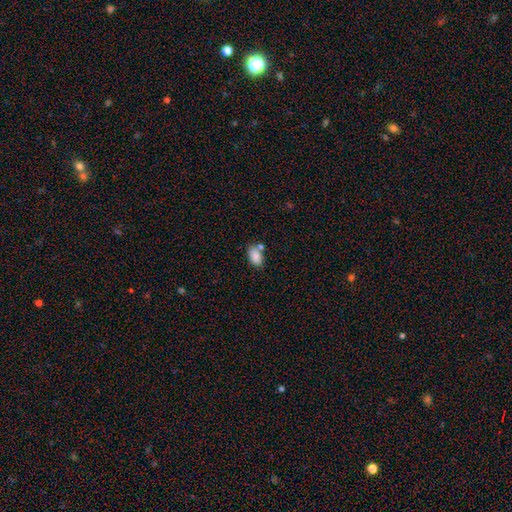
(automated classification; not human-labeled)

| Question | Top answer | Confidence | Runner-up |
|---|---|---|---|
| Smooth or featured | smooth | 83% | featured or disk (9%) |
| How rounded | in between | 90% | round (8%) |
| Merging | none | 61% | merger (19%) |